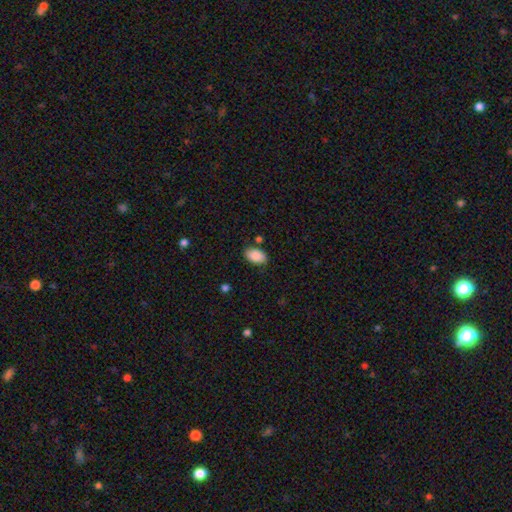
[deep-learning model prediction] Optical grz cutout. It shows a smooth galaxy with no disk features (89%) that is in between round and cigar-shaped (91%). Merging: none (81%).